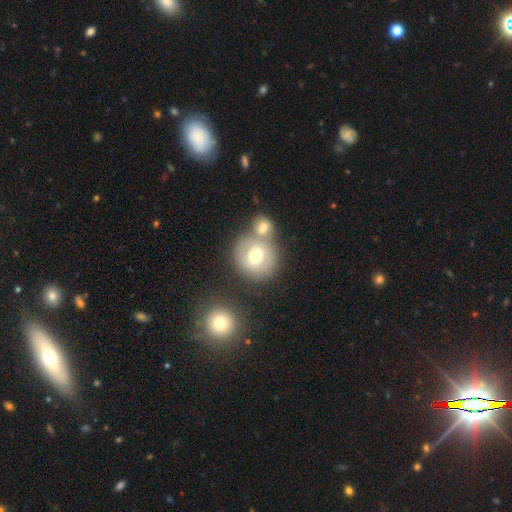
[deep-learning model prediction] This is possibly a smooth galaxy (58%). How rounded: clearly round (86%). Merging: possibly none (50%).